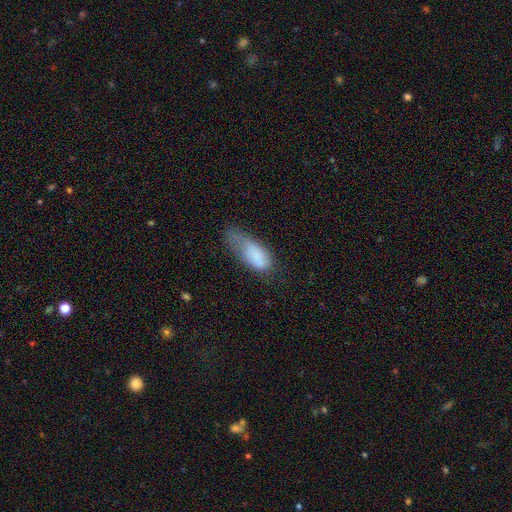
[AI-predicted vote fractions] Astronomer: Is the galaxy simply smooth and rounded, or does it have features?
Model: smooth — 79%.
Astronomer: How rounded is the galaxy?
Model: in between — 83%.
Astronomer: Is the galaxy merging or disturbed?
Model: major disturbance — 38% (runner-up: minor disturbance, 37%).